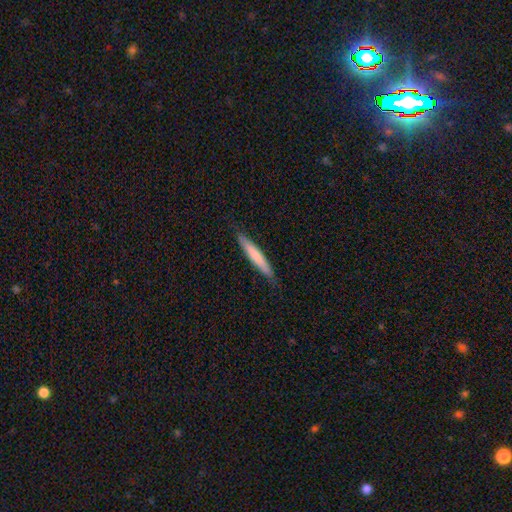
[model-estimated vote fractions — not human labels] Smooth or featured?
  - smooth: 69% *
  - featured or disk: 26%
  - star or artifact: 5%
How rounded?
  - cigar-shaped: 94% *
  - in between: 4%
  - round: 1%
Merging?
  - none: 87% *
  - minor disturbance: 11%
  - major disturbance: 2%
  - merger: 1%